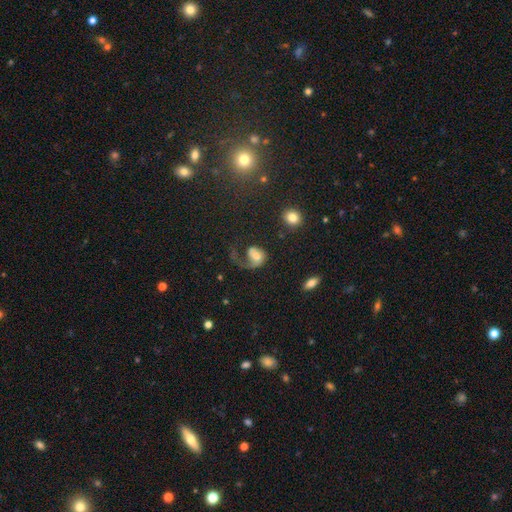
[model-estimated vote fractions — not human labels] This is possibly a featured or disk galaxy (56%). It is clearly not viewed edge-on (97%). Bar: likely no (67%). Spiral arm pattern: clearly yes (83%). Central bulge: possibly moderate (49%). Merging: possibly major disturbance (56%).